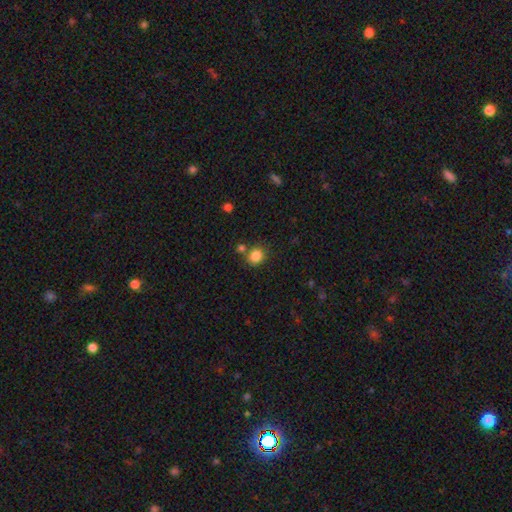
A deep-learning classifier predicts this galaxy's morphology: Overall: smooth (84%). How rounded: round (74%). Merging: none (72%).